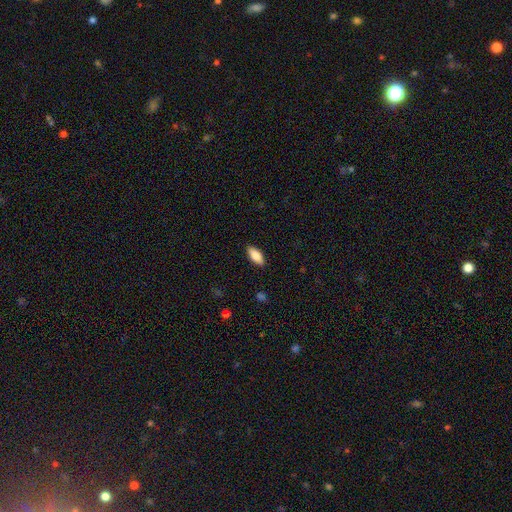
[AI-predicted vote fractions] Smooth or featured? smooth (84%)
How rounded? in between (85%)
Merging? none (88%)